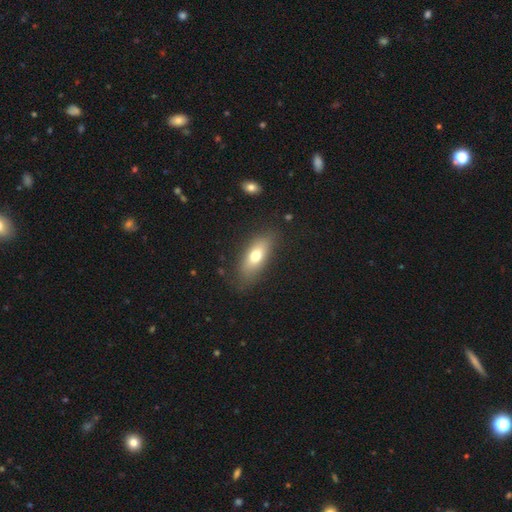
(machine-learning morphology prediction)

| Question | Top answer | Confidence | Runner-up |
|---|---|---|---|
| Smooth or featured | smooth | 69% | featured or disk (23%) |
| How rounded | in between | 73% | cigar-shaped (23%) |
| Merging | none | 80% | minor disturbance (14%) |